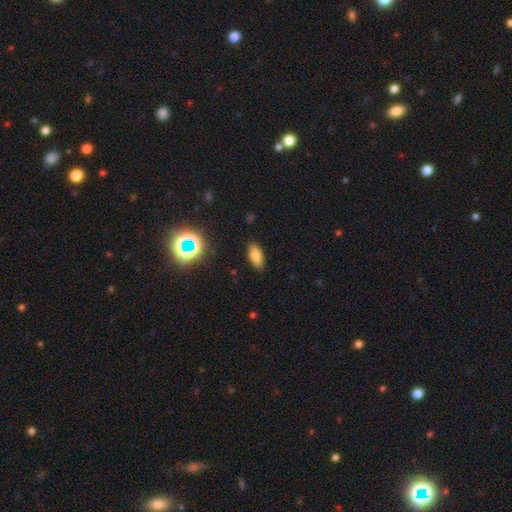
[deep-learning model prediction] Morphology: type=smooth (77%); roundness=in between (82%); merging=none (85%).